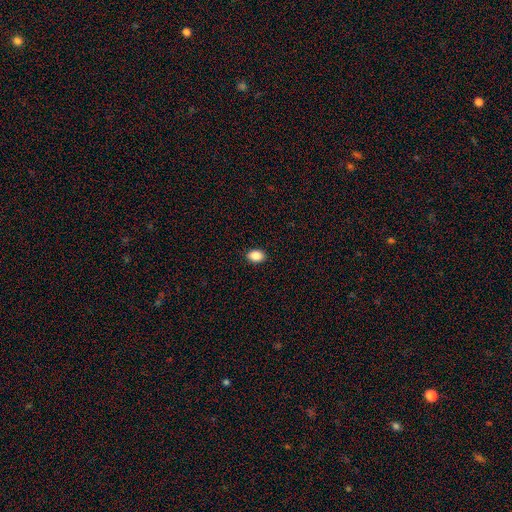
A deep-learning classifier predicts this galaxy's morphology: Q: Smooth or featured?
A: smooth (88%); runner-up: star or artifact (8%)
Q: How rounded?
A: in between (79%); runner-up: round (20%)
Q: Merging?
A: none (90%); runner-up: minor disturbance (7%)